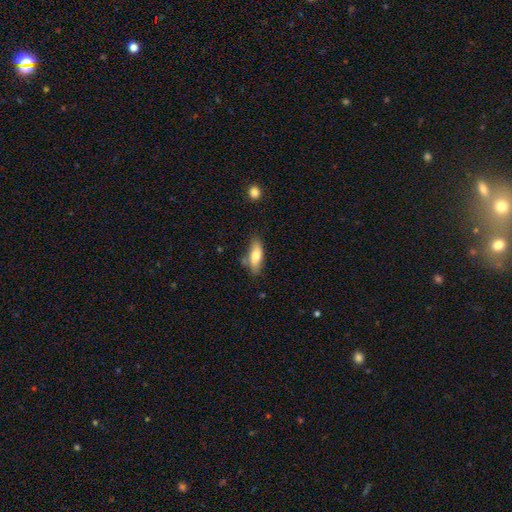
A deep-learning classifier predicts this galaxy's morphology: A smooth galaxy with no disk features (74%) that is in between round and cigar-shaped (65%). Merging: none (68%).